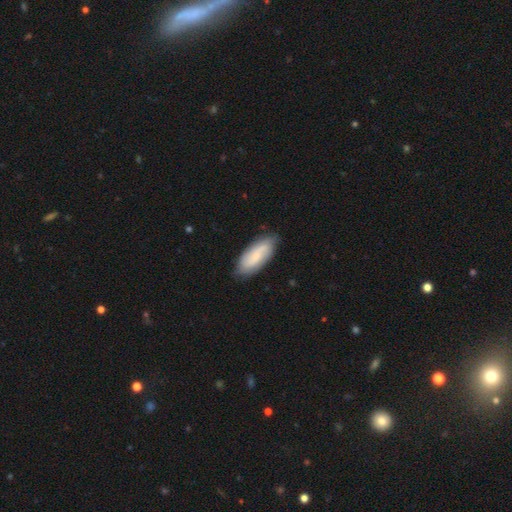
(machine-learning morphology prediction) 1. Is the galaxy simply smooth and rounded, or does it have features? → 61% smooth, 33% featured or disk, 6% star or artifact.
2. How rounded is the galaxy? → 82% in between, 16% cigar-shaped, 2% round.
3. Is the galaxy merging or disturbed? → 78% none, 17% minor disturbance, 3% major disturbance, 1% merger.